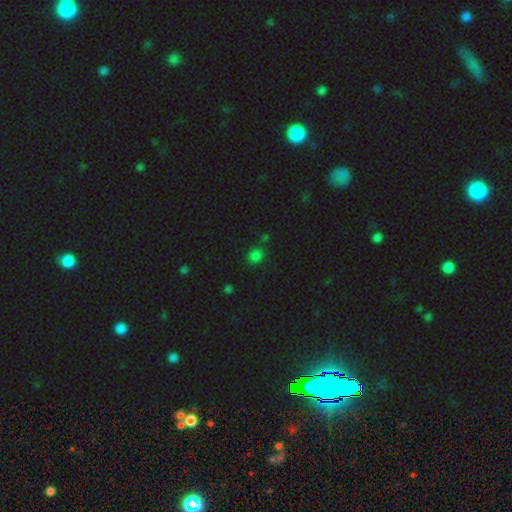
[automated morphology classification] This appears to be a smooth galaxy with no disk features (75%) that is round (70%). Merging: none (78%).